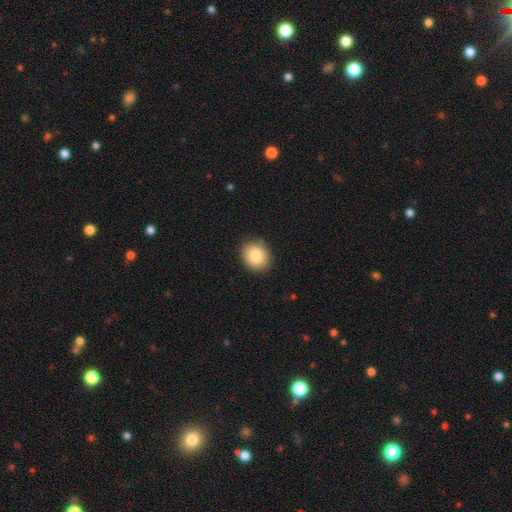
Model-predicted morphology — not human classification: This is clearly a smooth galaxy (85%). How rounded: likely round (65%). Merging: clearly none (86%).